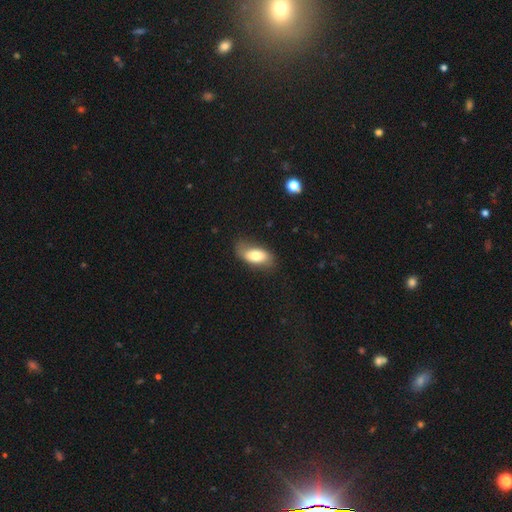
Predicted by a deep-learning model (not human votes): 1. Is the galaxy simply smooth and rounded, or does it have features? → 71% smooth, 23% featured or disk, 7% star or artifact.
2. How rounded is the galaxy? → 89% in between, 6% cigar-shaped, 5% round.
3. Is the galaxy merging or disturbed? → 64% none, 25% minor disturbance, 9% major disturbance, 2% merger.